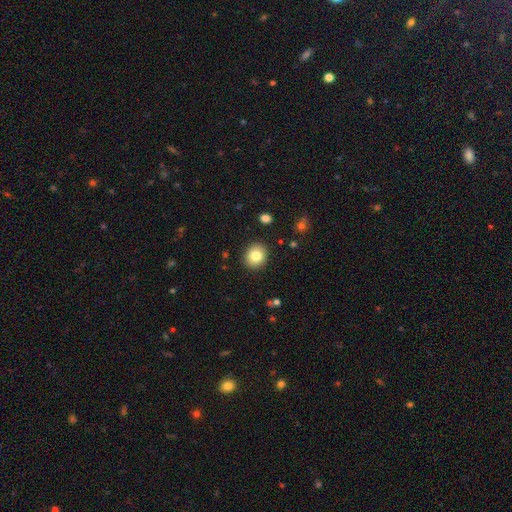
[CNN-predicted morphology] This is clearly a smooth galaxy (82%). How rounded: likely round (73%). Merging: clearly none (90%).